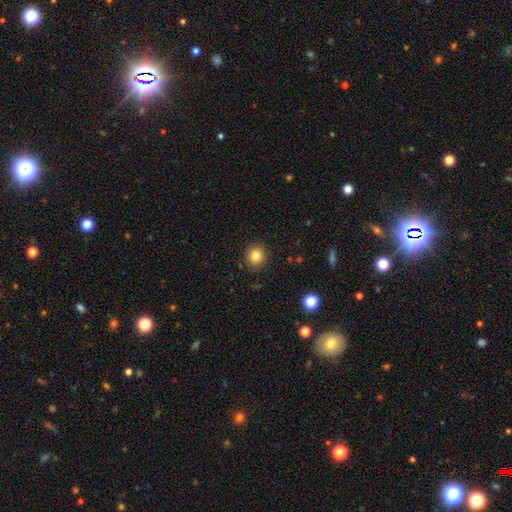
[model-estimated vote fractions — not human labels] A smooth galaxy with no disk features (82%) that is round (88%). Merging: none (90%).